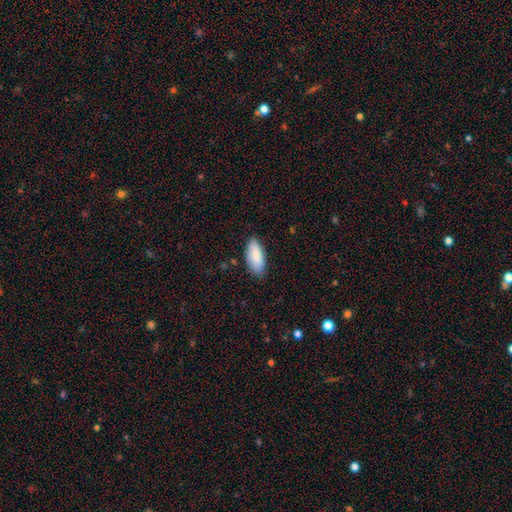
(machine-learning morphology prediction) type=smooth (83%); roundness=in between (90%); merging=none (78%).